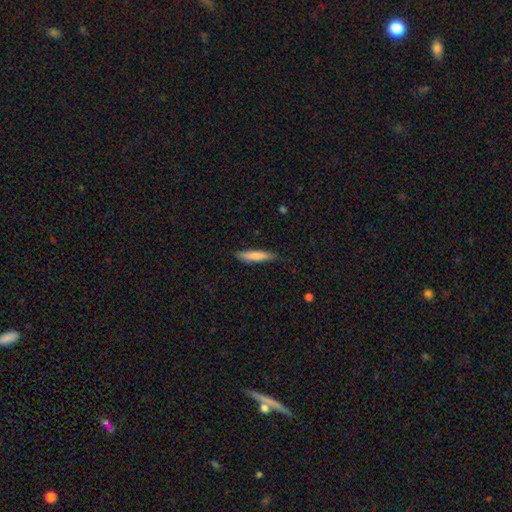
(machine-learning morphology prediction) Smooth or featured? Predicted: smooth (p=0.80). How rounded? Predicted: cigar-shaped (p=0.86). Merging? Predicted: none (p=0.80).